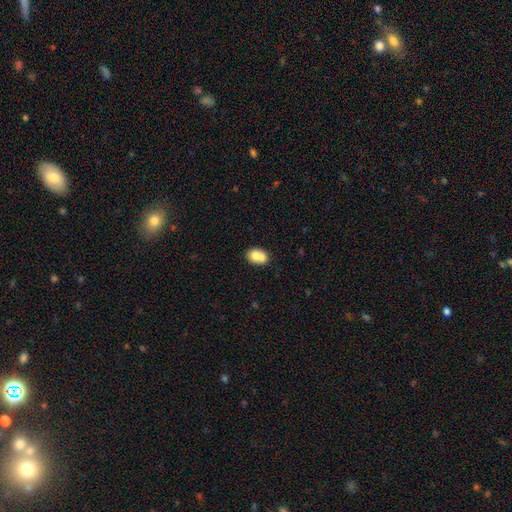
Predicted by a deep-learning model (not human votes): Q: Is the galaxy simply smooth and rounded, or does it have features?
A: smooth — 72%.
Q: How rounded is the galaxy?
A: in between — 61%.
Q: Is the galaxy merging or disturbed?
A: merger — 46%.